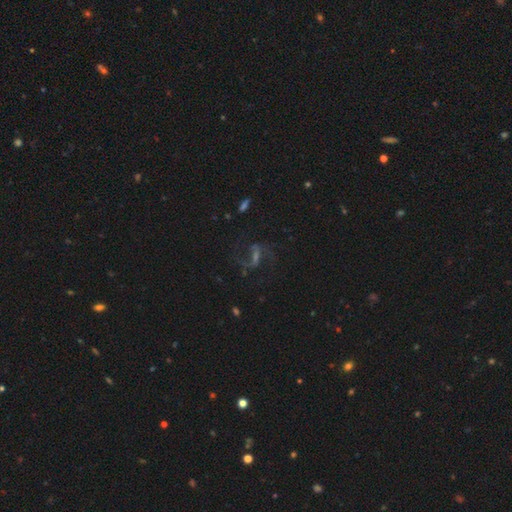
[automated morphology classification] This is likely a featured or disk galaxy (64%). It is clearly not viewed edge-on (92%). Bar: marginally weak (40%). Spiral arm pattern: clearly yes (84%). Central bulge: marginally small (42%). Merging: likely none (66%).